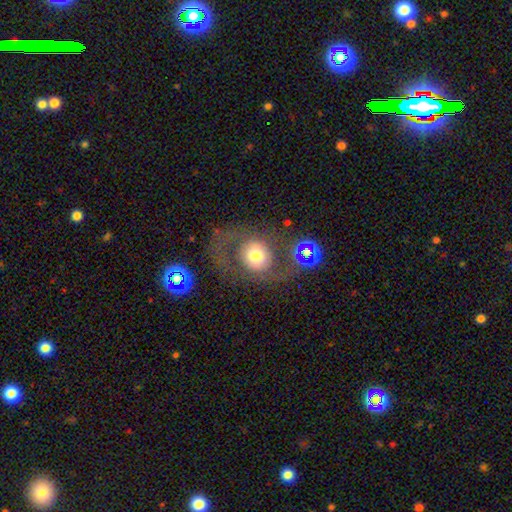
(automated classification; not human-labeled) Morphology: type=smooth (48%); merging=none (54%).